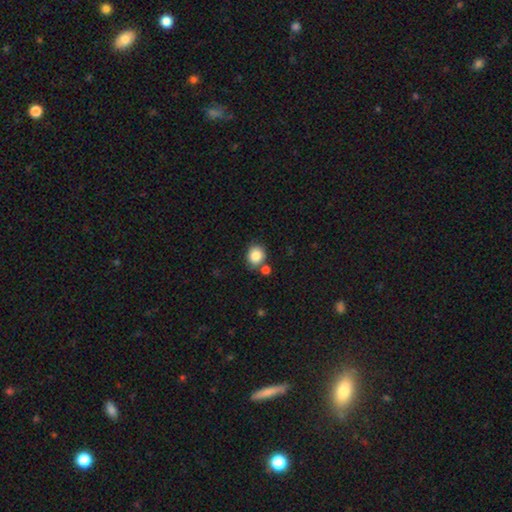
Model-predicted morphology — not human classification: type=smooth (86%); roundness=round (78%); merging=none (72%).